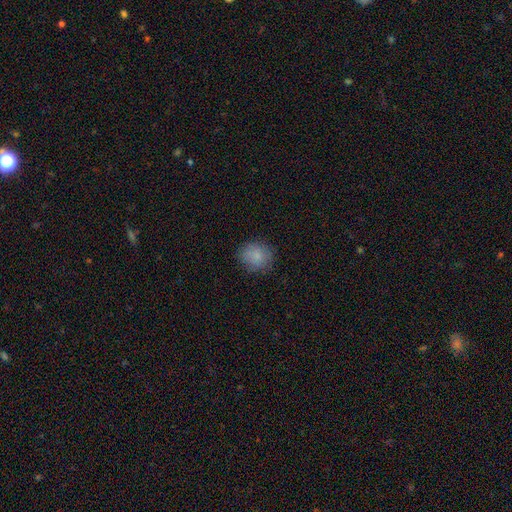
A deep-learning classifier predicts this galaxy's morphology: A smooth galaxy with no disk features (84%) that is round (76%). Merging: none (79%).